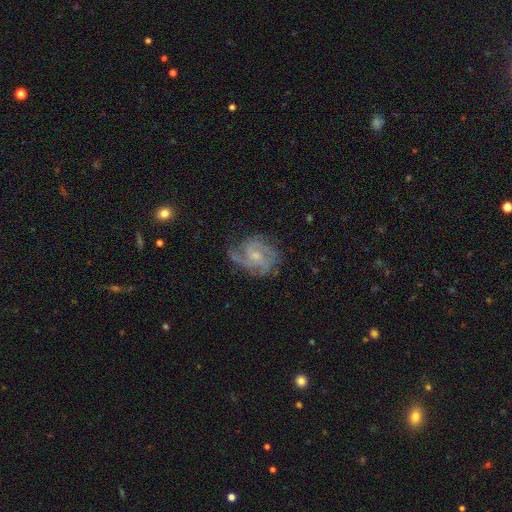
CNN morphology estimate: Smooth or featured? Predicted: featured or disk (p=0.86). Edge-on disk? Predicted: no (p=0.98). Bar? Predicted: no (p=0.49). Spiral arms? Predicted: yes (p=0.96). Spiral winding? Predicted: medium (p=0.44). Spiral arm count? Predicted: 2 (p=0.36). Bulge size? Predicted: small (p=0.58). Merging? Predicted: none (p=0.64).